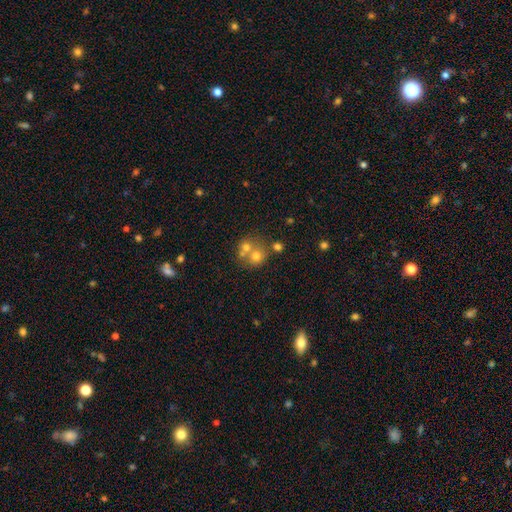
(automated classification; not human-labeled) Smooth or featured? smooth (61%)
How rounded? round (82%)
Merging? merger (49%)